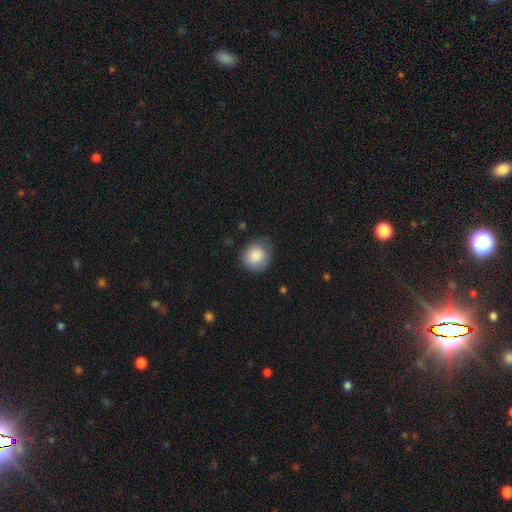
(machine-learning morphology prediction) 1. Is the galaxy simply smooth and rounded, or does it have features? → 87% smooth, 7% star or artifact, 5% featured or disk.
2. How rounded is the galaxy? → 77% round, 22% in between, 1% cigar-shaped.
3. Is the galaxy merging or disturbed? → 73% none, 21% minor disturbance, 5% major disturbance, 1% merger.